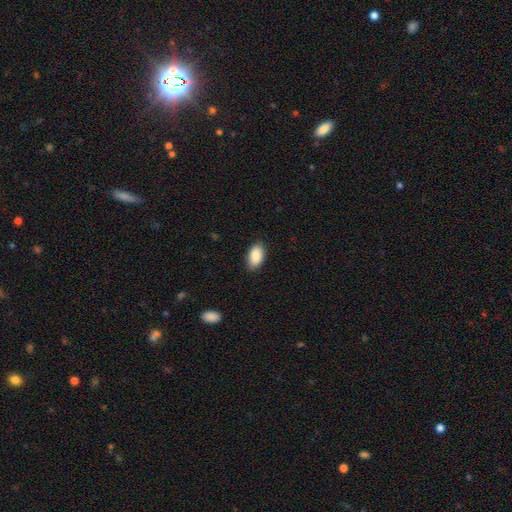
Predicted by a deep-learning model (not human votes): A smooth galaxy with no disk features (90%) that is in between round and cigar-shaped (94%).

Vote fractions:
- Smooth or featured? smooth: 90% / star or artifact: 6% / featured or disk: 4%
- How rounded? in between: 94% / round: 4% / cigar-shaped: 2%
- Merging? none: 87% / minor disturbance: 10% / major disturbance: 2% / merger: 1%